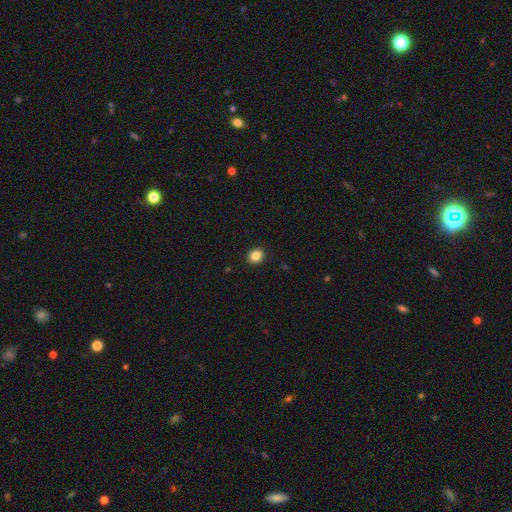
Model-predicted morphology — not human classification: This is clearly a smooth galaxy (86%). How rounded: likely round (69%). Merging: clearly none (92%).